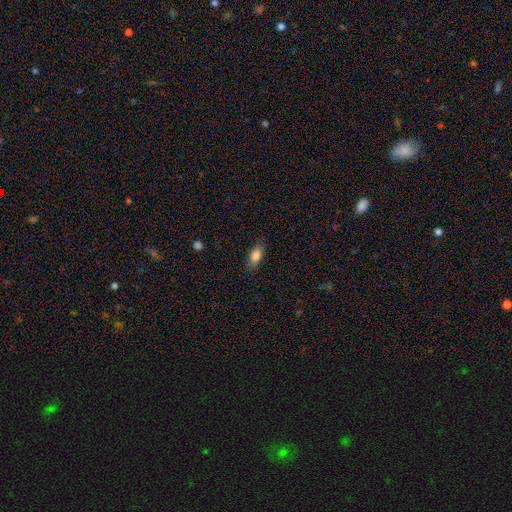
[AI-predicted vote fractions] Smooth or featured? Predicted: smooth (p=0.84). How rounded? Predicted: in between (p=0.86). Merging? Predicted: none (p=0.83).